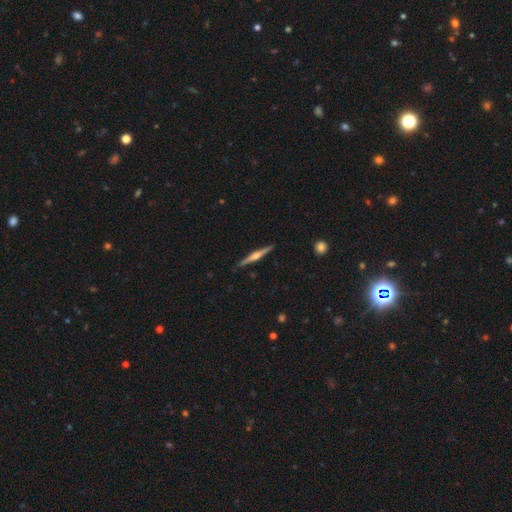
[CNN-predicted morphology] Smooth or featured? Predicted: featured or disk (p=0.75). Edge-on disk? Predicted: yes (p=0.98). Edge-on bulge? Predicted: rounded (p=0.86). Merging? Predicted: none (p=0.91).